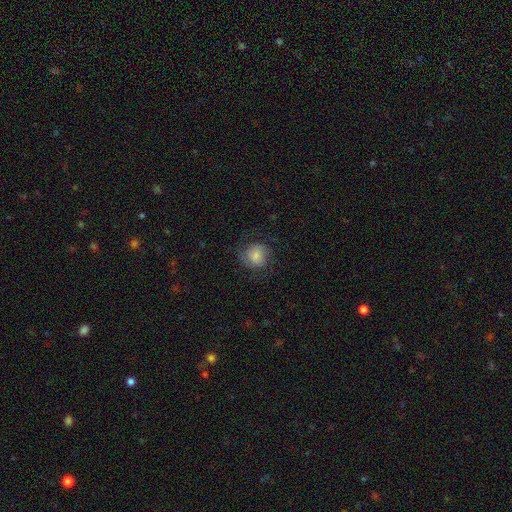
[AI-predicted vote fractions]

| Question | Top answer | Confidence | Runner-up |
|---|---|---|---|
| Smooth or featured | smooth | 73% | featured or disk (18%) |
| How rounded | round | 82% | in between (17%) |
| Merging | none | 70% | minor disturbance (17%) |